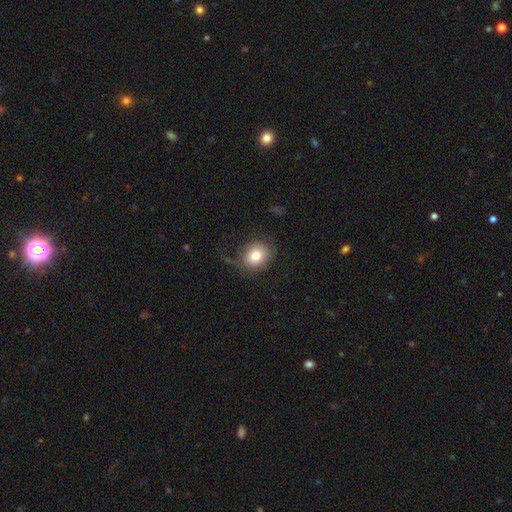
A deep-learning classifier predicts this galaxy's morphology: Smooth or featured? smooth (79%)
How rounded? round (66%)
Merging? none (70%)